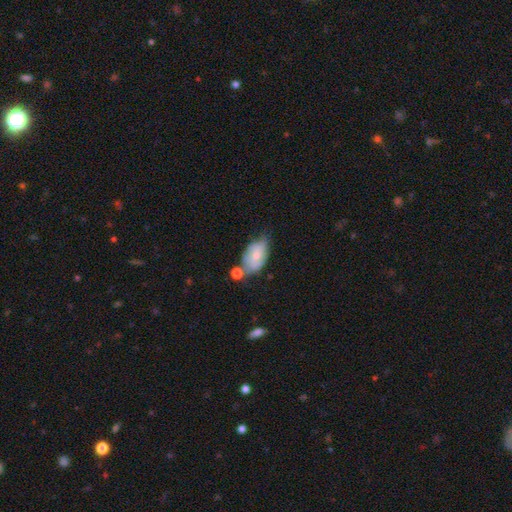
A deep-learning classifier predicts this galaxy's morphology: smooth_or_featured: smooth (p=0.57) [alt: featured or disk p=0.35]
how_rounded: in between (p=0.91) [alt: round p=0.07]
merging: none (p=0.38) [alt: minor disturbance p=0.32]